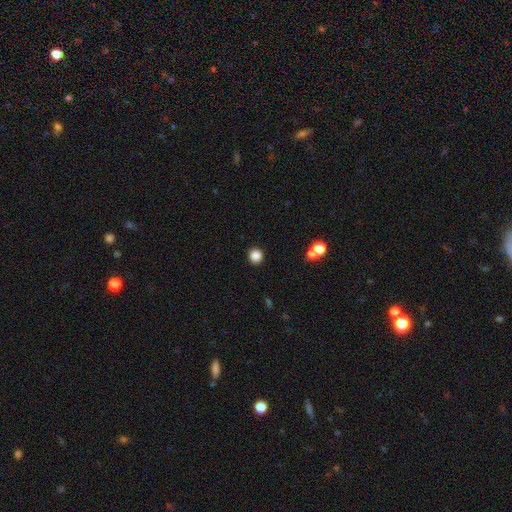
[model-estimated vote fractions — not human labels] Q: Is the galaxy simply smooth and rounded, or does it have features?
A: smooth — 85%.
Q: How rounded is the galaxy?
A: round — 93%.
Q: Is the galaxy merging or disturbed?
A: none — 92%.